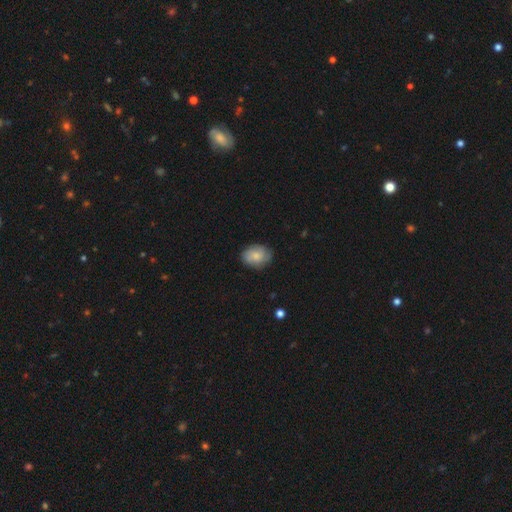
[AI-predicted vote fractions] Smooth or featured: smooth — 76% (featured or disk — 17%)
How rounded: in between — 64% (round — 35%)
Merging: none — 78% (minor disturbance — 18%)